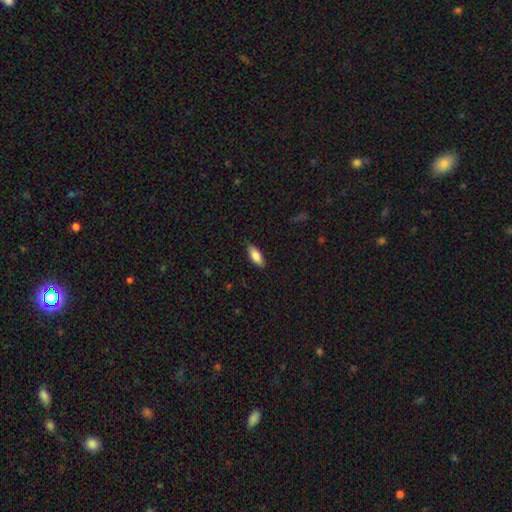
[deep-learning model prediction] smooth_or_featured: smooth (p=0.85) [alt: featured or disk p=0.09]
how_rounded: in between (p=0.83) [alt: cigar-shaped p=0.15]
merging: none (p=0.81) [alt: minor disturbance p=0.15]